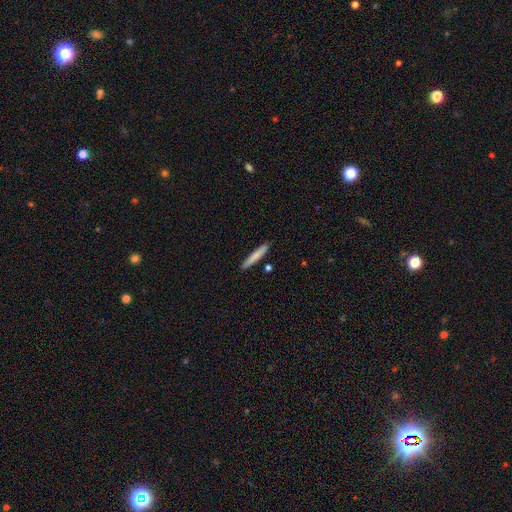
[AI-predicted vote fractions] Overall: smooth (77%). How rounded: cigar-shaped (94%). Merging: none (87%).